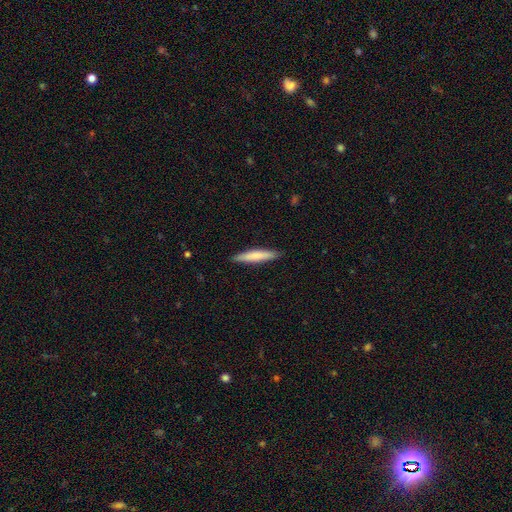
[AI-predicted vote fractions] A smooth galaxy with no disk features (75%) that is cigar-shaped (91%).

Vote fractions:
- Smooth or featured? smooth: 75% / featured or disk: 20% / star or artifact: 5%
- How rounded? cigar-shaped: 91% / in between: 8% / round: 1%
- Merging? none: 90% / minor disturbance: 8% / major disturbance: 1% / merger: 1%